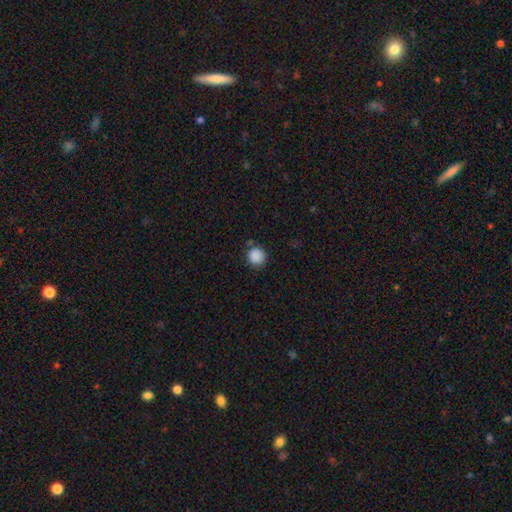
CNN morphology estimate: Smooth or featured? Predicted: smooth (p=0.88). How rounded? Predicted: round (p=0.91). Merging? Predicted: none (p=0.80).